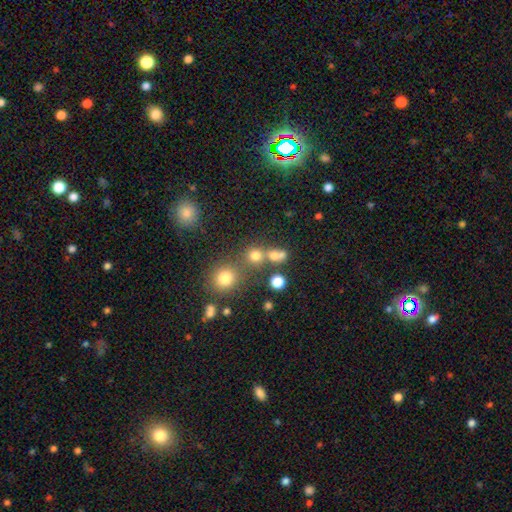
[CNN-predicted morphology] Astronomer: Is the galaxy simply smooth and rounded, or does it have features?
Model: smooth — 73%.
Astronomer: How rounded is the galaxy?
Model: round — 84%.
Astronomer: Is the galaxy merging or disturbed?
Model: none — 56% (runner-up: merger, 31%).